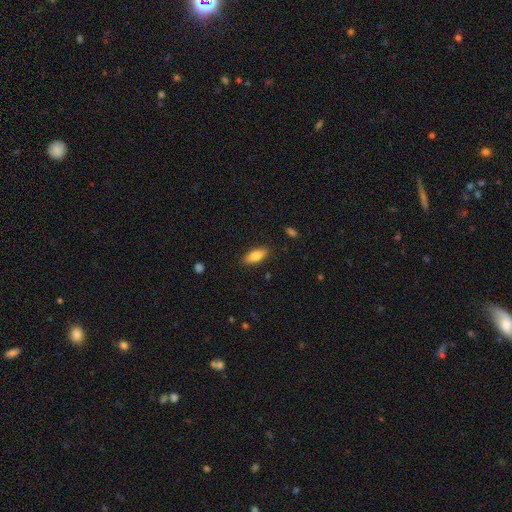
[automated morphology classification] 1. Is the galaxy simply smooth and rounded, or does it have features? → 79% smooth, 15% featured or disk, 7% star or artifact.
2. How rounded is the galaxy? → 74% in between, 23% cigar-shaped, 2% round.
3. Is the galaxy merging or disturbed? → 86% none, 10% minor disturbance, 2% major disturbance, 1% merger.